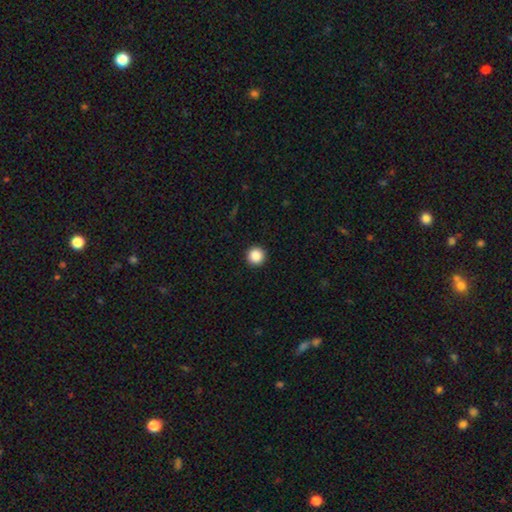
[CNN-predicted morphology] Smooth or featured: smooth — 88% (star or artifact — 9%)
How rounded: round — 96% (in between — 3%)
Merging: none — 93% (minor disturbance — 4%)